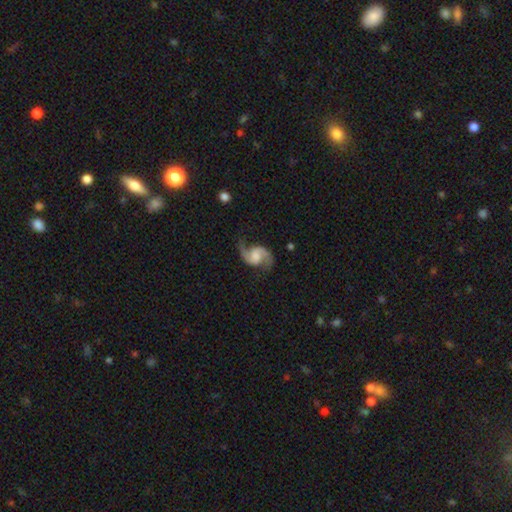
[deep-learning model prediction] Overall: featured or disk (91%). Edge-on disk: no (98%). Bar: no (55%; weak 36%). Spiral arms: yes (98%). Spiral arm count: 2 (94%). Spiral winding: loose (51%; medium 41%). Bulge size: none (36%; moderate 24%). Merging: none (76%).